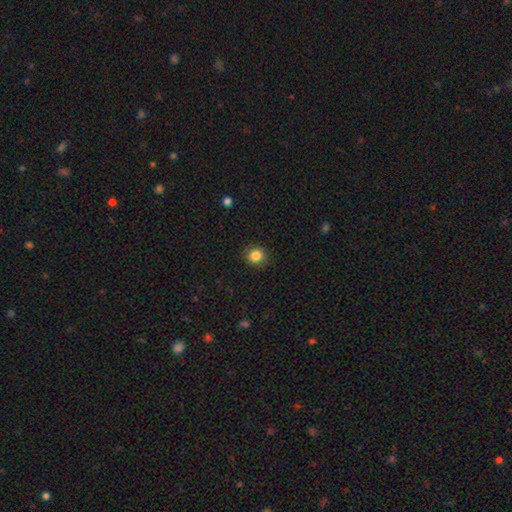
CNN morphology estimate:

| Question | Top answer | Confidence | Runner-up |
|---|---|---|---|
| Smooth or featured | smooth | 84% | star or artifact (11%) |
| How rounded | round | 85% | in between (14%) |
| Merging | none | 89% | minor disturbance (8%) |